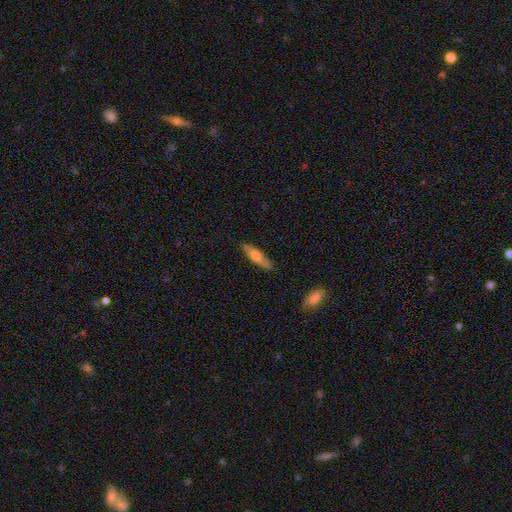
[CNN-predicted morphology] smooth_or_featured: smooth (p=0.57) [alt: featured or disk p=0.37]
how_rounded: cigar-shaped (p=0.70) [alt: in between p=0.28]
merging: none (p=0.82) [alt: minor disturbance p=0.14]